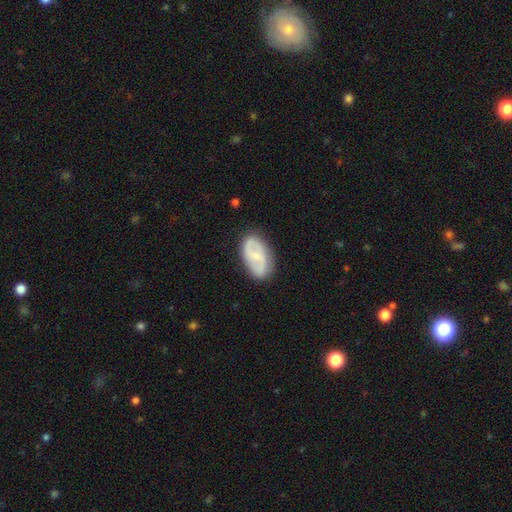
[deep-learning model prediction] The model was most divided on "bar": weak: 45%, no: 39%, strong: 16%. Remaining: edge-on disk — no (96%); spiral arm count — 2 (84%); spiral arms — yes (83%); merging — none (81%); smooth or featured — featured or disk (66%); bulge size — small (65%); spiral winding — medium (42%).